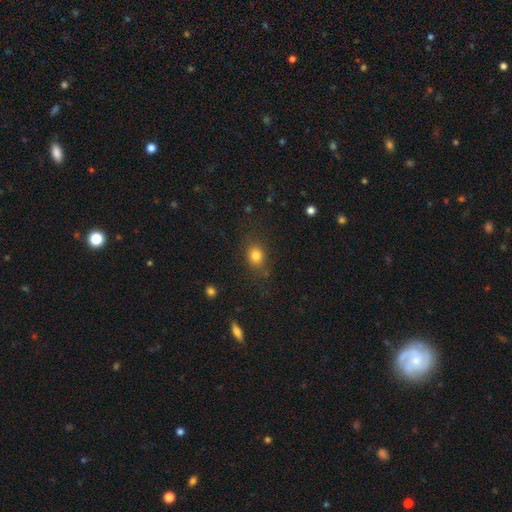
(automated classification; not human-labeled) smooth 81%, star or artifact 12%, featured or disk 7%. Down the decision tree: how rounded — round (56%); merging — none (77%).